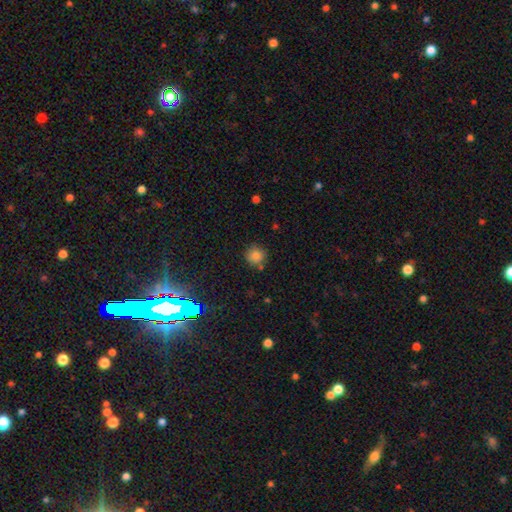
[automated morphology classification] This appears to be a smooth galaxy with no disk features (79%) that is round (93%). Merging: none (79%).